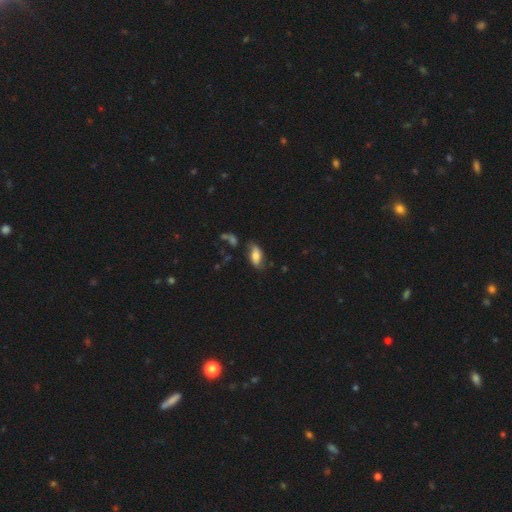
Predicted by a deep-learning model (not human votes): Smooth or featured: smooth — 67% (featured or disk — 25%)
How rounded: in between — 88% (cigar-shaped — 7%)
Merging: none — 61% (minor disturbance — 23%)